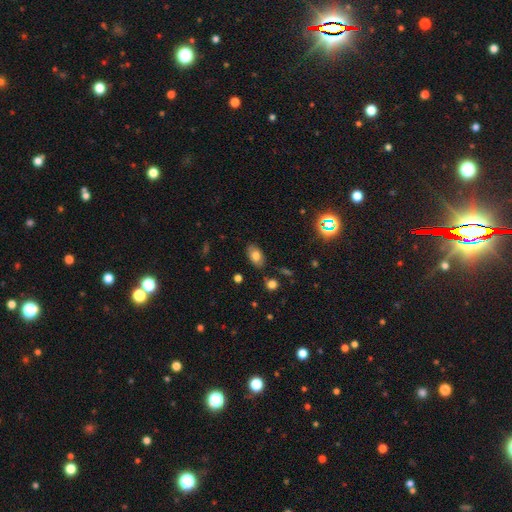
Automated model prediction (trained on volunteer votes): Smooth or featured? Predicted: smooth (p=0.74). How rounded? Predicted: in between (p=0.91). Merging? Predicted: none (p=0.82).